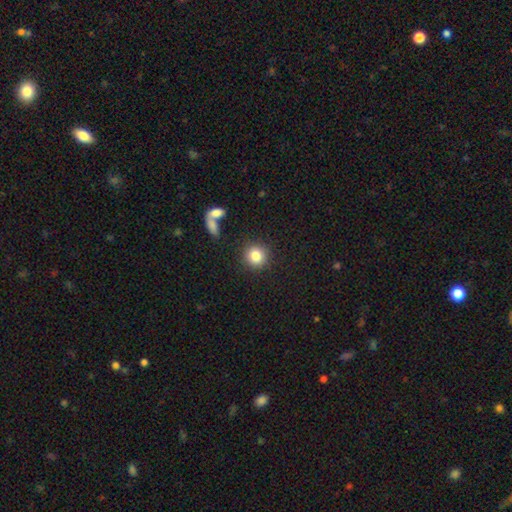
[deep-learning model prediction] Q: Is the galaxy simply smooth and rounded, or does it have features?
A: smooth — 83%.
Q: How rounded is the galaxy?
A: round — 90%.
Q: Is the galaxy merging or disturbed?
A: none — 85%.